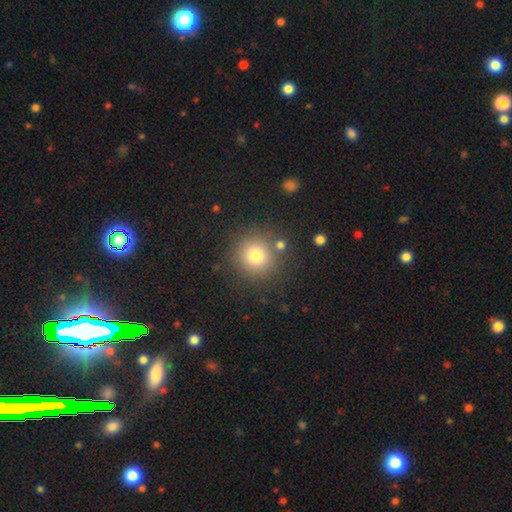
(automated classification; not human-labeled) Morphology: type=smooth (77%); roundness=round (93%); merging=none (82%).